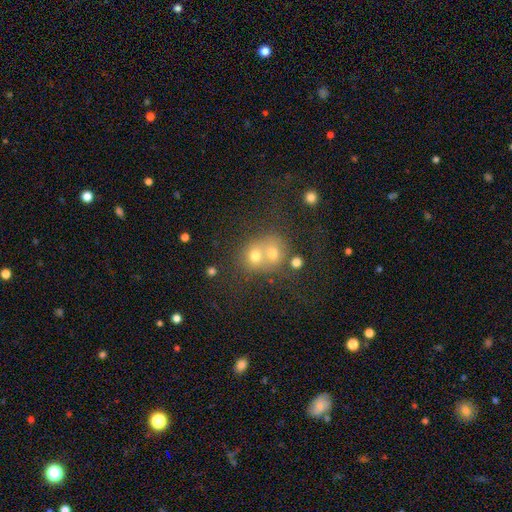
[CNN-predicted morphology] Smooth or featured? Predicted: smooth (p=0.56). How rounded? Predicted: round (p=0.77). Merging? Predicted: merger (p=0.62).